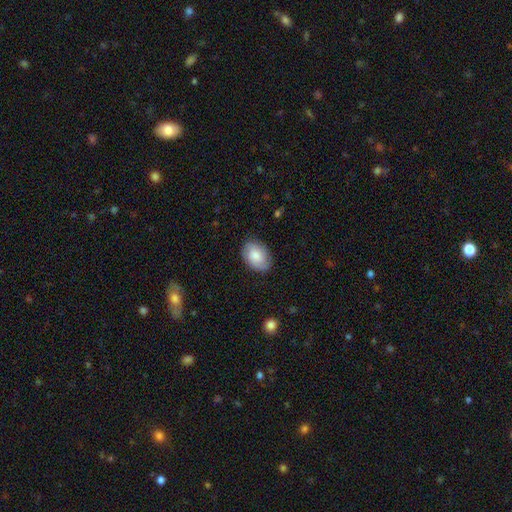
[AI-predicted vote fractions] smooth-or-featured: smooth: 63% | featured or disk: 30% | star or artifact: 7%
  how-rounded: in between: 85% | round: 13% | cigar-shaped: 1%
  merging: none: 83% | minor disturbance: 13% | major disturbance: 3% | merger: 1%